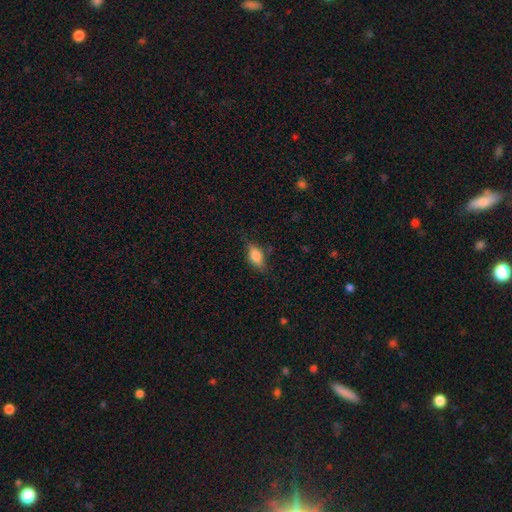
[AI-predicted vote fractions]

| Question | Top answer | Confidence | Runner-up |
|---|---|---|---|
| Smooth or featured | smooth | 75% | featured or disk (17%) |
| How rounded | in between | 83% | cigar-shaped (12%) |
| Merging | none | 70% | minor disturbance (23%) |